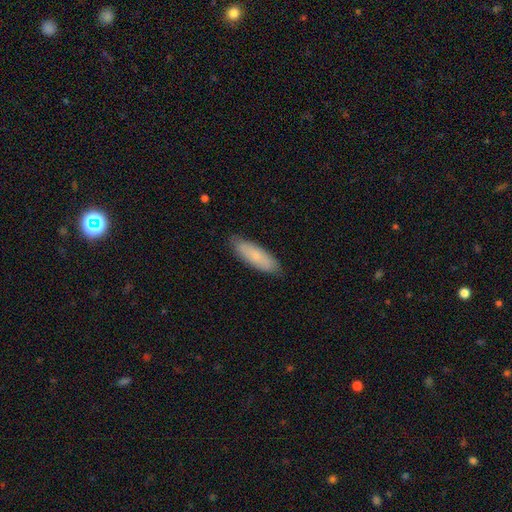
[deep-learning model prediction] Morphology: type=smooth (75%); roundness=in between (52%); merging=none (85%).